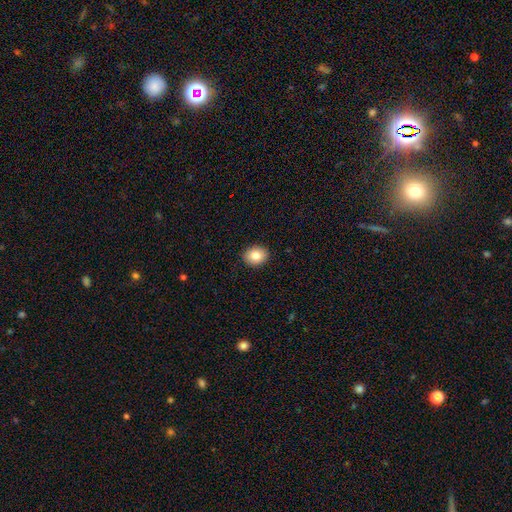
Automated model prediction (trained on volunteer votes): smooth_or_featured: smooth (p=0.83) [alt: star or artifact p=0.09]
how_rounded: round (p=0.59) [alt: in between p=0.40]
merging: none (p=0.91) [alt: minor disturbance p=0.06]